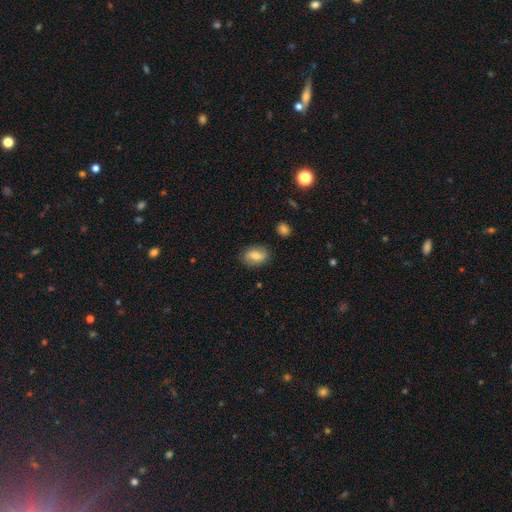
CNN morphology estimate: This appears to be a smooth galaxy with no disk features (71%) that is in between round and cigar-shaped (82%). Merging: none (81%).